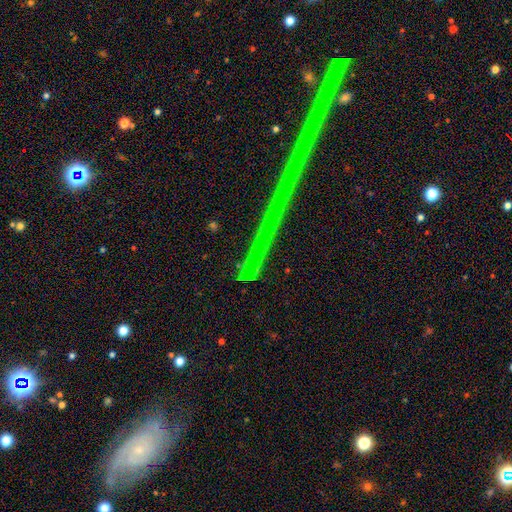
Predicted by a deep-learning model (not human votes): Overall: star or artifact (79%).